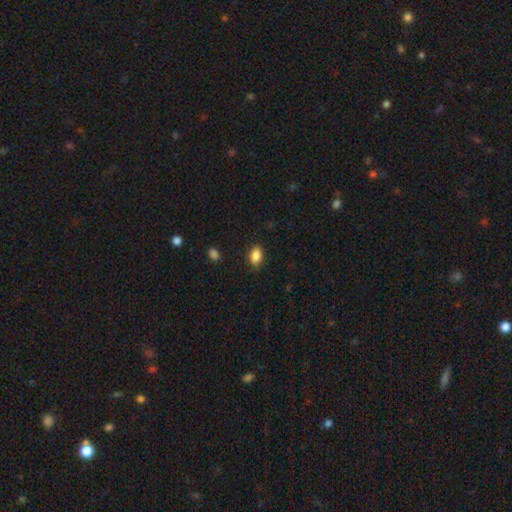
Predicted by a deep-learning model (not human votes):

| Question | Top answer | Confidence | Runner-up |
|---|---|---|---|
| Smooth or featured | smooth | 88% | star or artifact (8%) |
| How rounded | in between | 86% | round (13%) |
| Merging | none | 85% | minor disturbance (11%) |